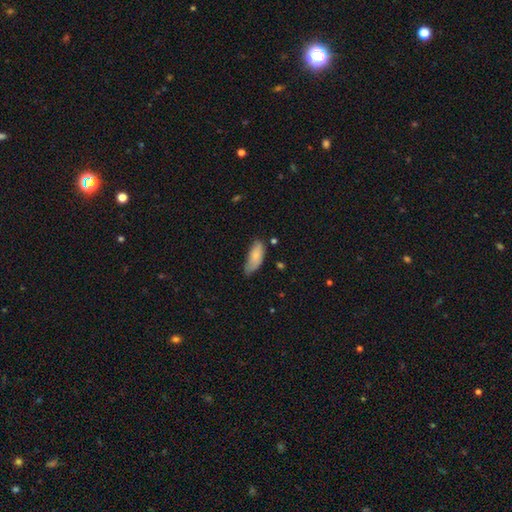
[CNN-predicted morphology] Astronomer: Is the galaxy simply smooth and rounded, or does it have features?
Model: smooth — 77%.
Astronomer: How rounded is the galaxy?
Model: in between — 81%.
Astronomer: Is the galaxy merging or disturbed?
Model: none — 48% (runner-up: minor disturbance, 40%).